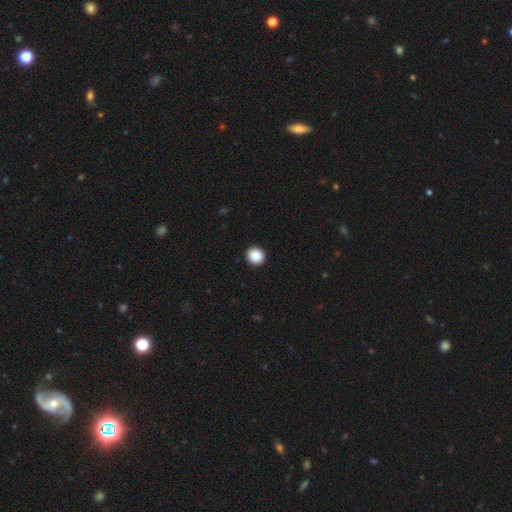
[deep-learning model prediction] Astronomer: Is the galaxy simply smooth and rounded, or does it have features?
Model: smooth — 89%.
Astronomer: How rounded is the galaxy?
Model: round — 92%.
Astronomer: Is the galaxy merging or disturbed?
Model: none — 93%.